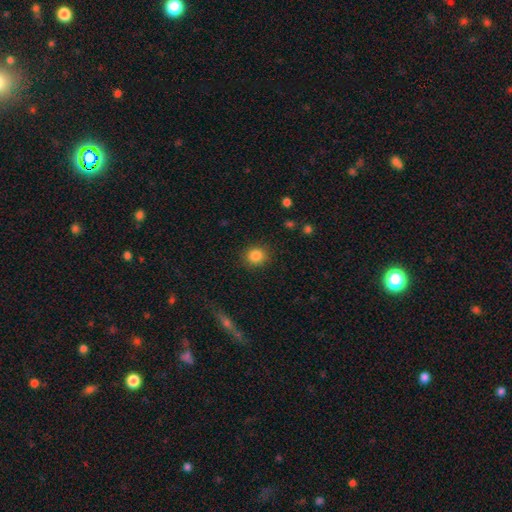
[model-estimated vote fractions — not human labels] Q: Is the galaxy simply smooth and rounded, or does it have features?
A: smooth — 85%.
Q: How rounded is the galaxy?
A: round — 80%.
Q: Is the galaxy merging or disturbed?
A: none — 89%.